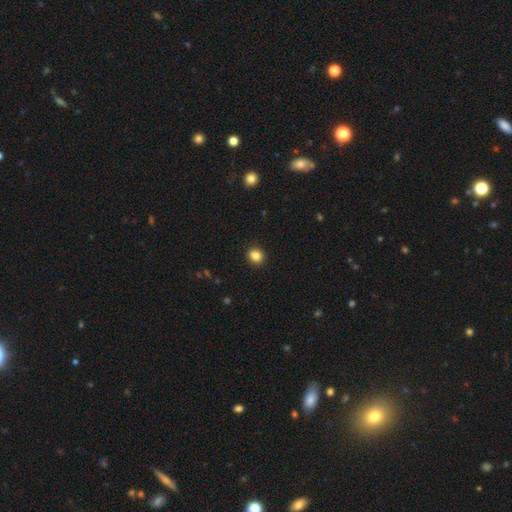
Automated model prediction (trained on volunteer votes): Morphology: type=smooth (85%); roundness=round (77%); merging=none (92%).